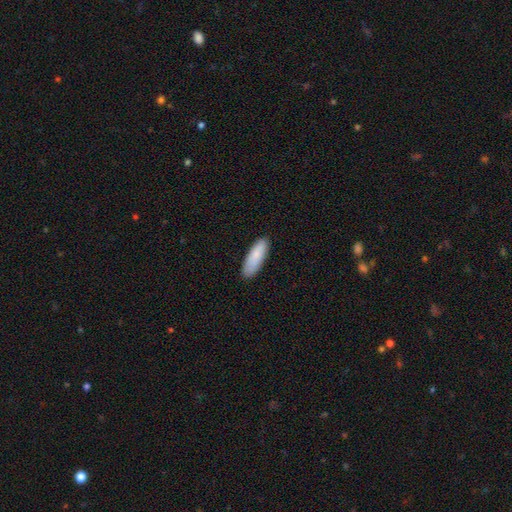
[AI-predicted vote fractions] smooth-or-featured: smooth: 87% | featured or disk: 8% | star or artifact: 5%
  how-rounded: in between: 59% | cigar-shaped: 40% | round: 2%
  merging: none: 86% | minor disturbance: 11% | major disturbance: 2% | merger: 1%